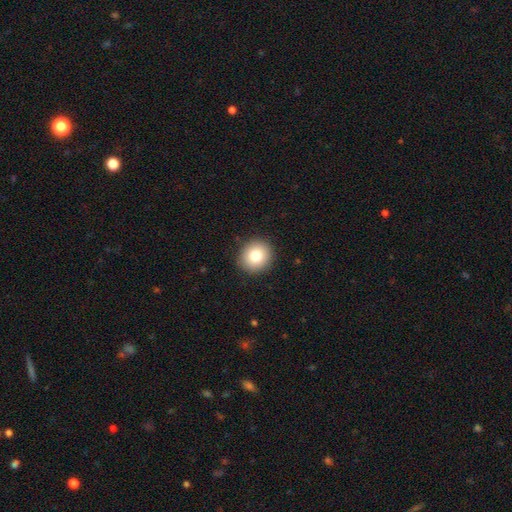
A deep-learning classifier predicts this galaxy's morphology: Q: Smooth or featured?
A: smooth (81%); runner-up: star or artifact (10%)
Q: How rounded?
A: round (87%); runner-up: in between (13%)
Q: Merging?
A: none (91%); runner-up: minor disturbance (7%)